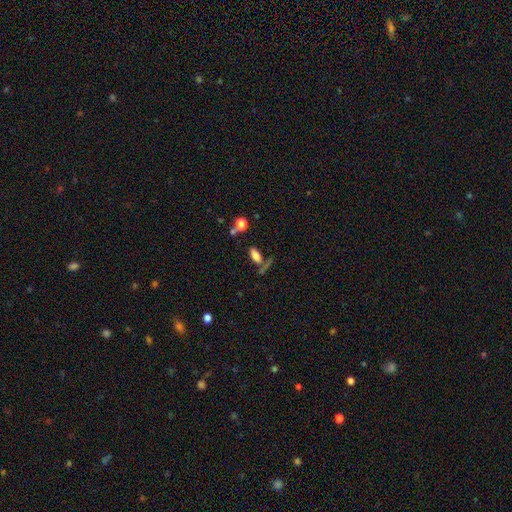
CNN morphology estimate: Smooth or featured? Predicted: smooth (p=0.74). How rounded? Predicted: in between (p=0.82). Merging? Predicted: none (p=0.60).